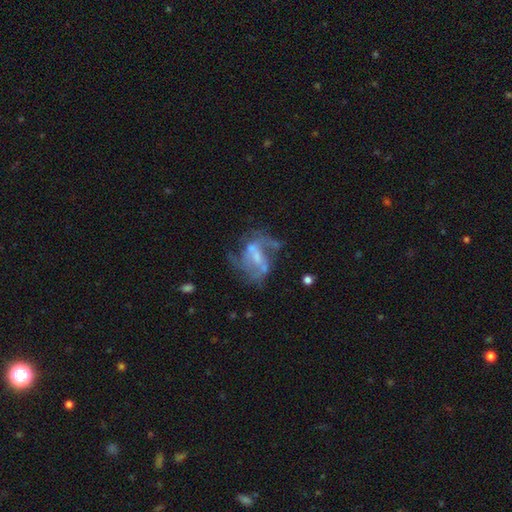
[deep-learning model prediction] smooth_or_featured: featured or disk (p=0.72) [alt: smooth p=0.16]
disk_edge_on: no (p=0.97) [alt: yes p=0.03]
bar: no (p=0.42) [alt: weak p=0.40]
has_spiral_arms: yes (p=0.58) [alt: no p=0.42]
bulge_size: small (p=0.36) [alt: moderate p=0.31]
merging: none (p=0.37) [alt: major disturbance p=0.33]